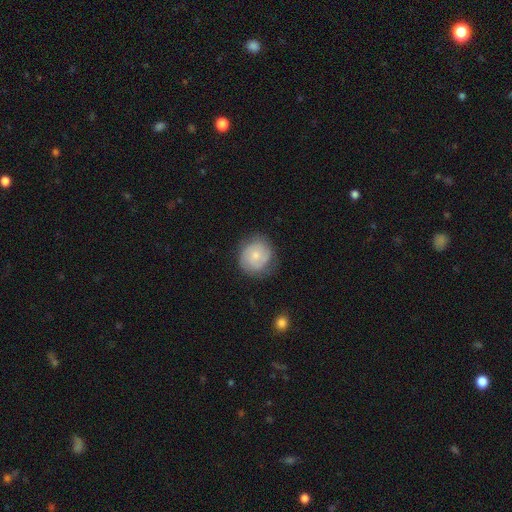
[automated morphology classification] This appears to be a featured or disk galaxy (47%). Merging: none (75%).